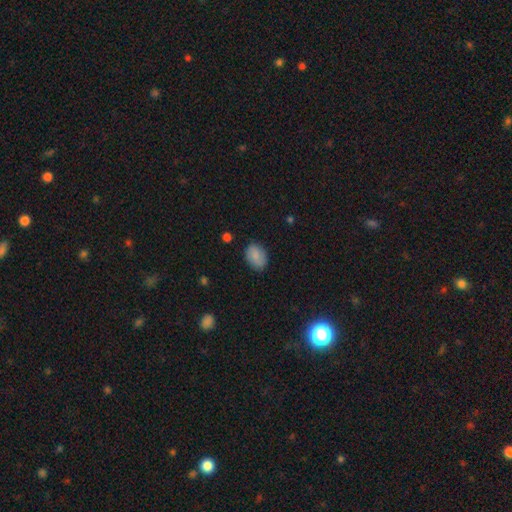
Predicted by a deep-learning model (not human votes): Smooth or featured?
  - smooth: 85% *
  - star or artifact: 8%
  - featured or disk: 7%
How rounded?
  - in between: 76% *
  - round: 23%
  - cigar-shaped: 1%
Merging?
  - none: 81% *
  - minor disturbance: 15%
  - major disturbance: 3%
  - merger: 1%